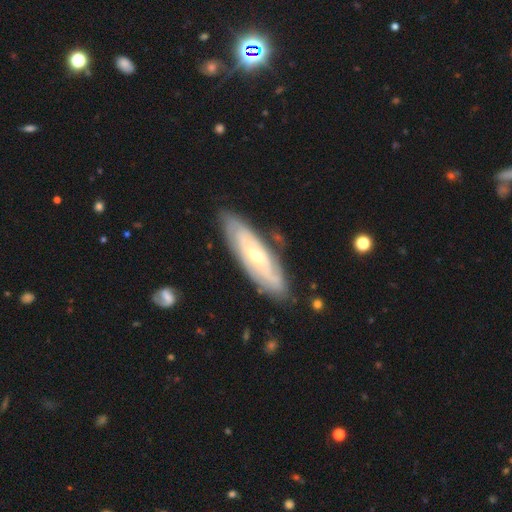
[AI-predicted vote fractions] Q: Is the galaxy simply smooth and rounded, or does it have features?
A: featured or disk — 71%.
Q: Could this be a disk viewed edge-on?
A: no — 76%.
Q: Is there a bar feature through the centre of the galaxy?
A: no — 62%.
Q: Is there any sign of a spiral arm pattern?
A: yes — 79%.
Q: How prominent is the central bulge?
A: small — 53%.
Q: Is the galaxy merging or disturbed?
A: none — 81%.